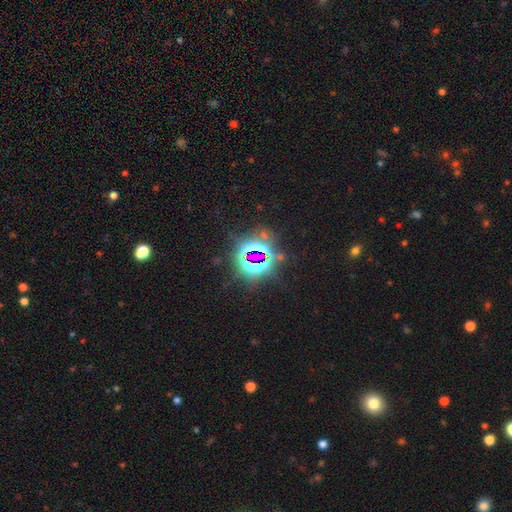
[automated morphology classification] Smooth or featured?
  - star or artifact: 82% *
  - smooth: 11%
  - featured or disk: 7%